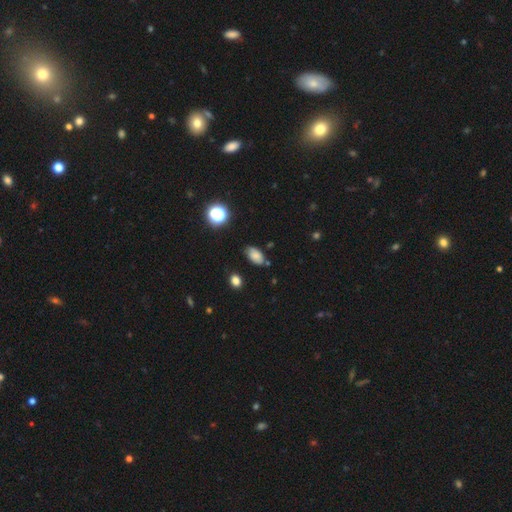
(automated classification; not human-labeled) A smooth galaxy with no disk features (76%) that is in between round and cigar-shaped (92%). Merging: none (77%).